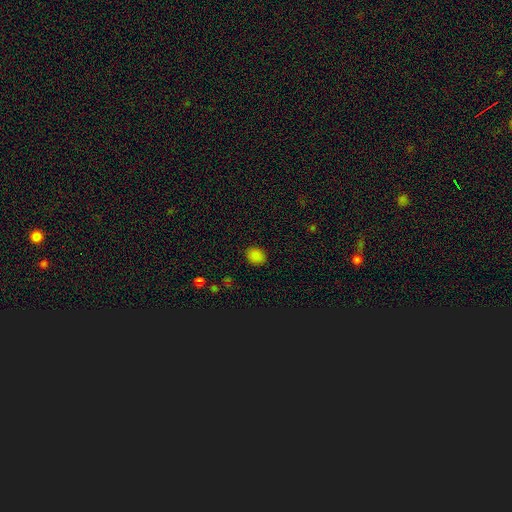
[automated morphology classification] A smooth galaxy with no disk features (82%) that is round (55%).

Vote fractions:
- Smooth or featured? smooth: 82% / star or artifact: 15% / featured or disk: 3%
- How rounded? round: 55% / in between: 44% / cigar-shaped: 1%
- Merging? none: 88% / minor disturbance: 9% / major disturbance: 2% / merger: 1%